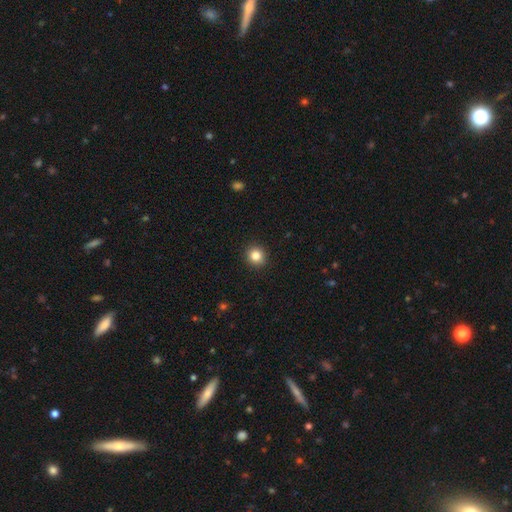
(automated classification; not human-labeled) Overall: smooth (84%). How rounded: round (89%). Merging: none (92%).